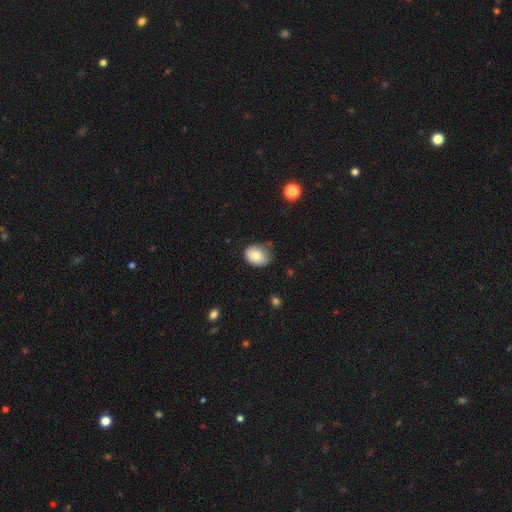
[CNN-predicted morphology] Smooth or featured? Predicted: smooth (p=0.79). How rounded? Predicted: in between (p=0.53). Merging? Predicted: none (p=0.66).